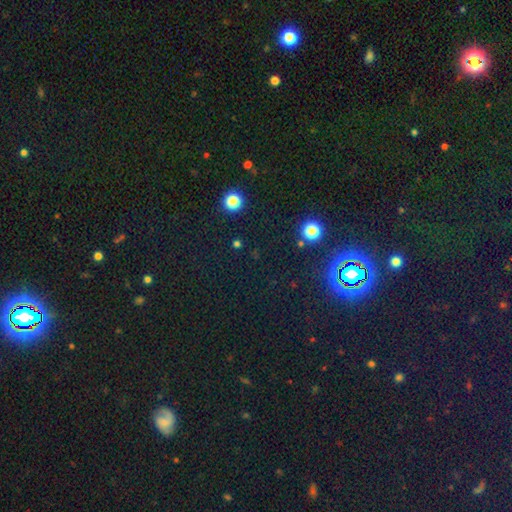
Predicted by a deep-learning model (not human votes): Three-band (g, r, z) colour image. It shows a star or artifact, not a galaxy (76%).